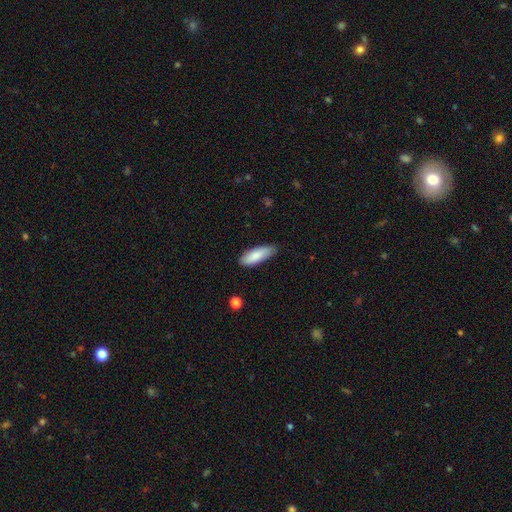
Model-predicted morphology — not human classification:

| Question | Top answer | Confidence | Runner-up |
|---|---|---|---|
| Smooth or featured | smooth | 84% | featured or disk (10%) |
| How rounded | in between | 63% | cigar-shaped (36%) |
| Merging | none | 81% | minor disturbance (15%) |